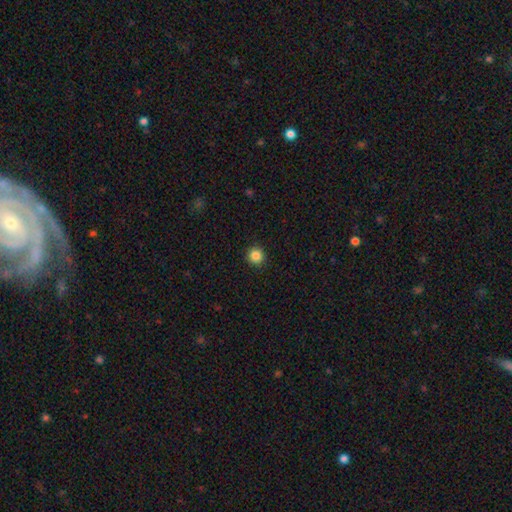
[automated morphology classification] type=smooth (86%); roundness=round (95%); merging=none (92%).